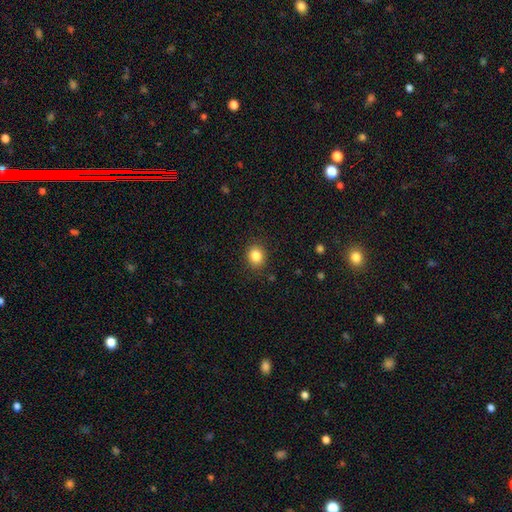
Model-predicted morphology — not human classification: Q: Smooth or featured?
A: smooth (85%); runner-up: star or artifact (10%)
Q: How rounded?
A: round (64%); runner-up: in between (36%)
Q: Merging?
A: none (87%); runner-up: minor disturbance (9%)